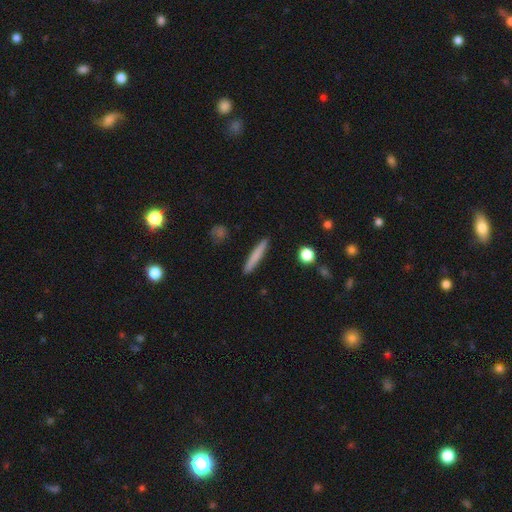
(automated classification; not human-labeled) This appears to be a smooth galaxy with no disk features (73%) that is cigar-shaped (95%). Merging: none (91%).